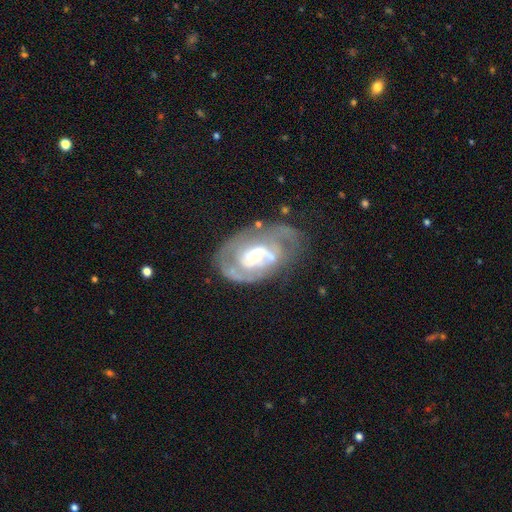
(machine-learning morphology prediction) The model was most divided on "spiral arm count": can't tell: 37%, 2: 33%, 1: 18%, 3: 7%, 4: 3%, more than 4: 2%. Remaining: edge-on disk — no (96%); smooth or featured — featured or disk (78%); spiral arms — yes (75%); bar — no (62%); spiral winding — tight (51%); merging — none (46%); bulge size — moderate (45%).